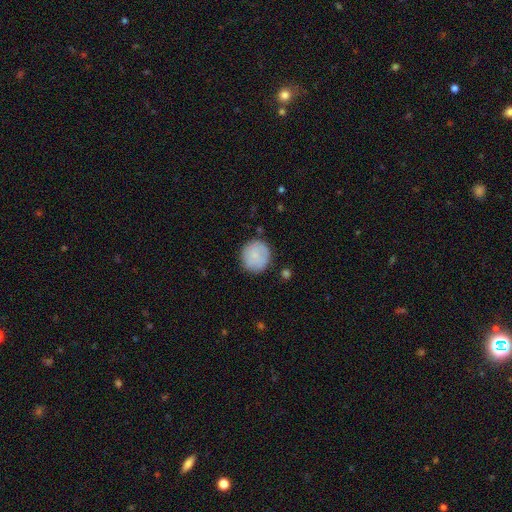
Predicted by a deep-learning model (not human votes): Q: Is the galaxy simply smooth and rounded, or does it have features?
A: smooth — 81%.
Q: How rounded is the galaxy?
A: round — 91%.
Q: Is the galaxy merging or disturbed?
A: none — 81%.